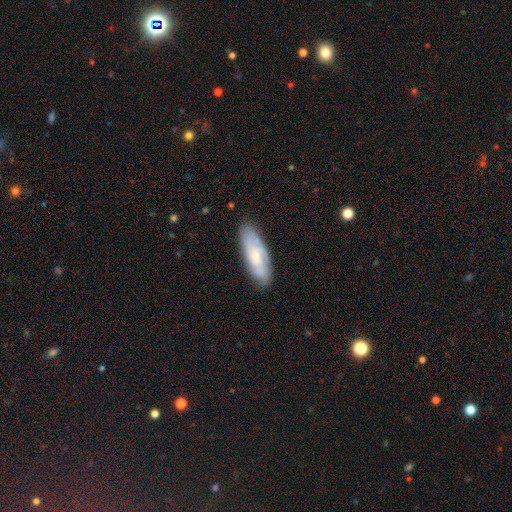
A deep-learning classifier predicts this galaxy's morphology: Overall: featured or disk (50%; smooth 43%). Edge-on disk: no (83%). Merging: none (79%).